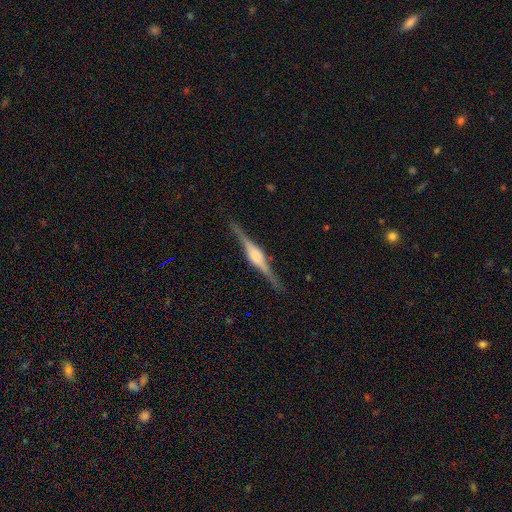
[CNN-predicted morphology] Smooth or featured: featured or disk — 86% (smooth — 8%)
Edge-on disk: yes — 98% (no — 2%)
Edge-on bulge: rounded — 70% (boxy — 26%)
Merging: none — 89% (minor disturbance — 8%)